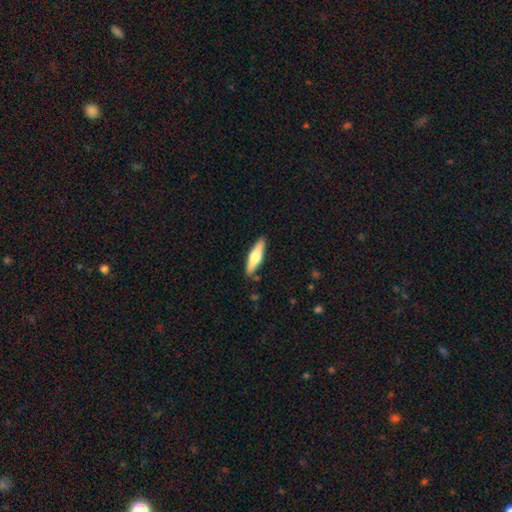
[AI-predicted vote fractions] Smooth or featured?
  - featured or disk: 48% *
  - smooth: 47%
  - star or artifact: 5%
Merging?
  - none: 88% *
  - minor disturbance: 9%
  - major disturbance: 2%
  - merger: 2%